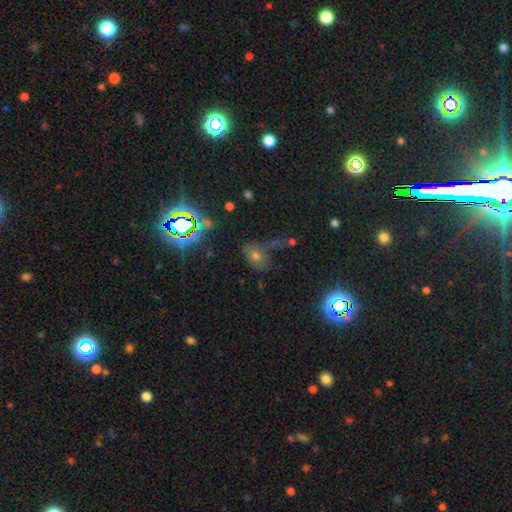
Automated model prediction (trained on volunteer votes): Smooth or featured? smooth (44%)
Merging? none (40%)